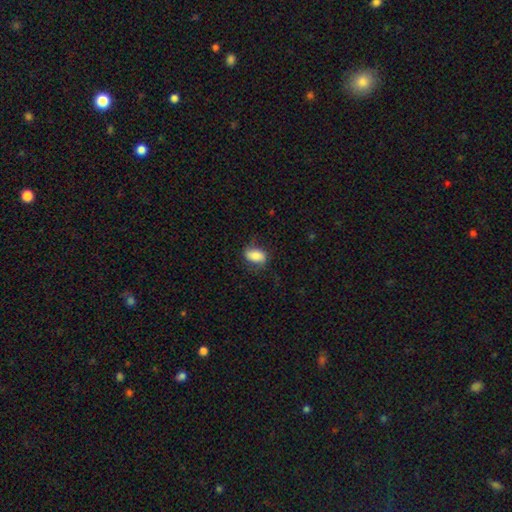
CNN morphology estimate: Q: Smooth or featured?
A: smooth (72%); runner-up: featured or disk (20%)
Q: How rounded?
A: in between (86%); runner-up: round (11%)
Q: Merging?
A: none (66%); runner-up: minor disturbance (24%)